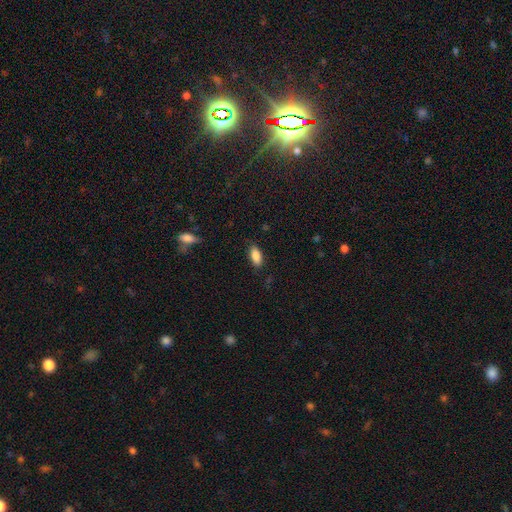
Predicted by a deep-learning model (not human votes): smooth-or-featured: smooth: 87% | star or artifact: 7% | featured or disk: 6%
  how-rounded: in between: 87% | cigar-shaped: 11% | round: 2%
  merging: none: 84% | minor disturbance: 12% | major disturbance: 3% | merger: 1%